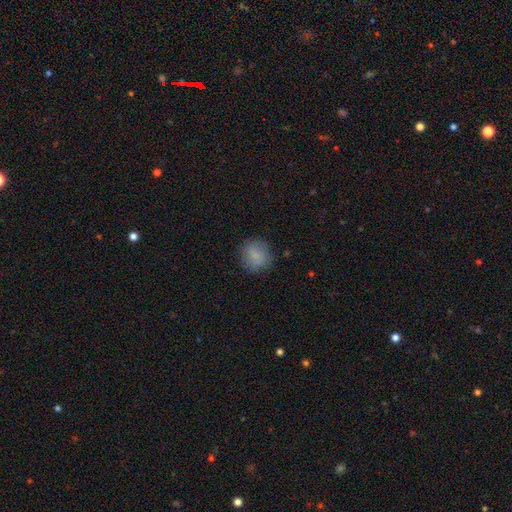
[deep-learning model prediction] smooth_or_featured: smooth (p=0.82) [alt: star or artifact p=0.09]
how_rounded: round (p=0.86) [alt: in between p=0.13]
merging: none (p=0.82) [alt: minor disturbance p=0.13]